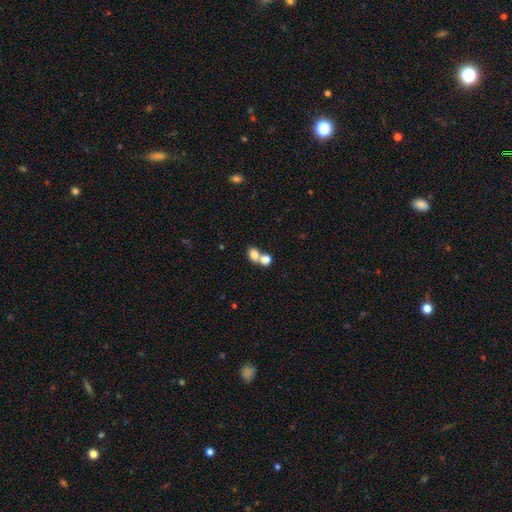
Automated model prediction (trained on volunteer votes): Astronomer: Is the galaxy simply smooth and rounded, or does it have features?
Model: smooth — 77%.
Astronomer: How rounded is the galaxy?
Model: in between — 63%.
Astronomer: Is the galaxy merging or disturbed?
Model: merger — 67%.